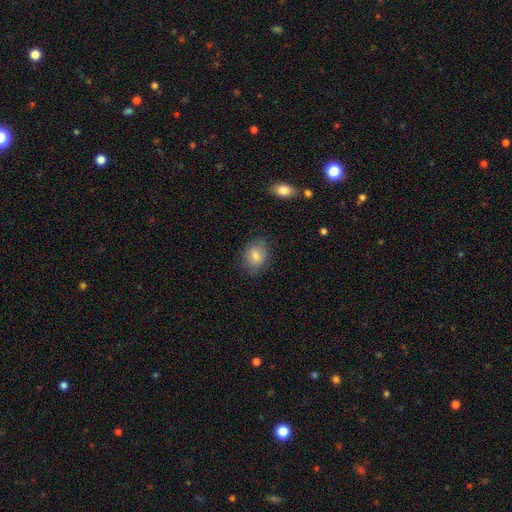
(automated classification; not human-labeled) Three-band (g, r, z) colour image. It shows a smooth galaxy with no disk features (81%) that is in between round and cigar-shaped (71%). Merging: none (79%).